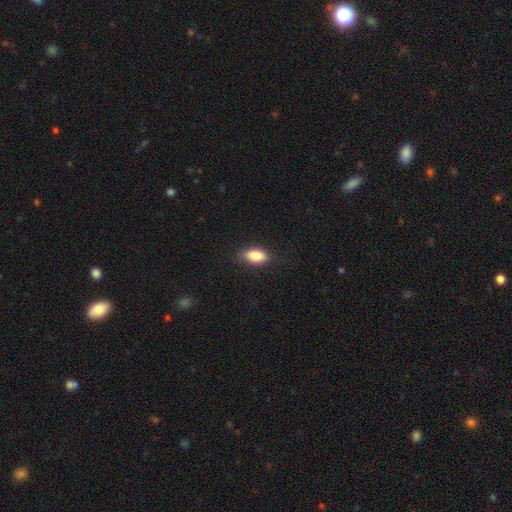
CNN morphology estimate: smooth-or-featured: smooth: 85% | star or artifact: 8% | featured or disk: 7%
  how-rounded: in between: 89% | cigar-shaped: 6% | round: 5%
  merging: none: 84% | minor disturbance: 12% | major disturbance: 3% | merger: 1%